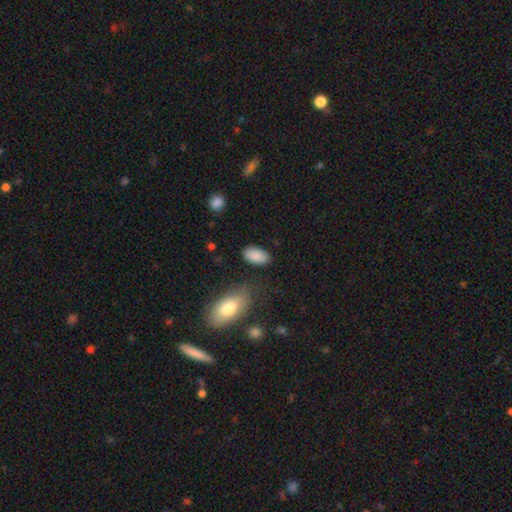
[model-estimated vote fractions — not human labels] Morphology: type=smooth (88%); roundness=in between (95%); merging=none (81%).